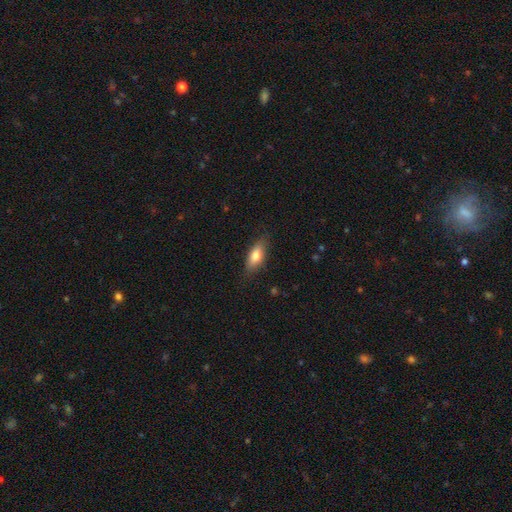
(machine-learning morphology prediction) This is likely a smooth galaxy (78%). How rounded: likely in between (79%). Merging: clearly none (81%).